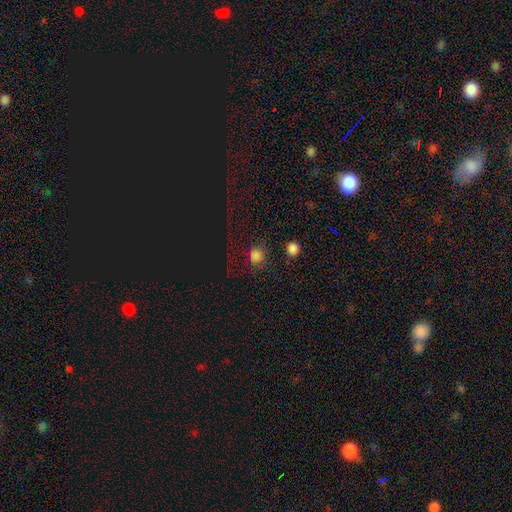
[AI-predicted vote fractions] Smooth or featured? smooth (68%)
How rounded? round (86%)
Merging? none (73%)